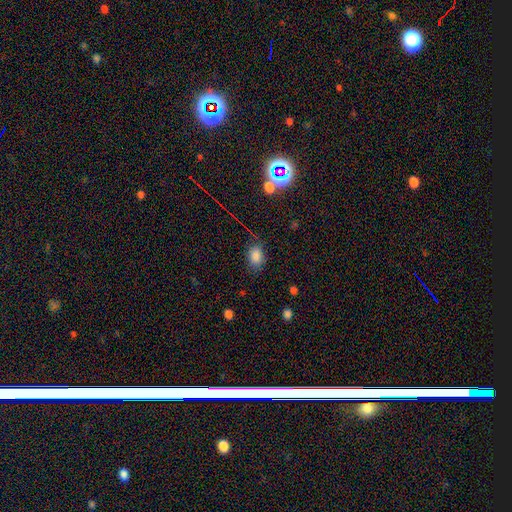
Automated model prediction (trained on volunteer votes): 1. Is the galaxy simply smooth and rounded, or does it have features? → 82% smooth, 12% star or artifact, 6% featured or disk.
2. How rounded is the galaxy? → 78% in between, 21% round, 1% cigar-shaped.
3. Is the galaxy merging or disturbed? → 75% none, 17% minor disturbance, 5% major disturbance, 2% merger.